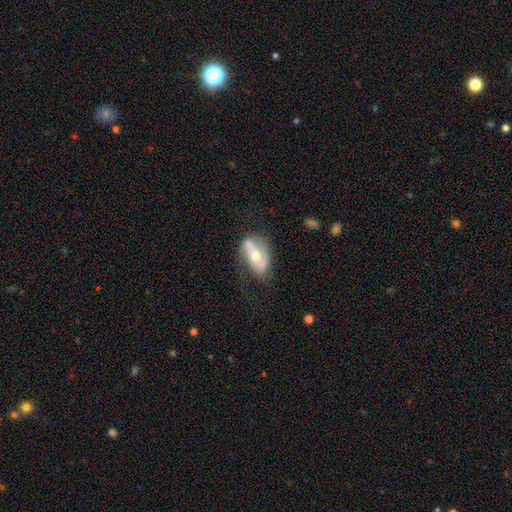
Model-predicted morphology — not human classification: Smooth or featured: featured or disk — 64% (smooth — 29%)
Edge-on disk: no — 90% (yes — 10%)
Bar: no — 50% (weak — 28%)
Spiral arms: yes — 76% (no — 24%)
Bulge size: moderate — 68% (small — 25%)
Merging: none — 56% (minor disturbance — 27%)